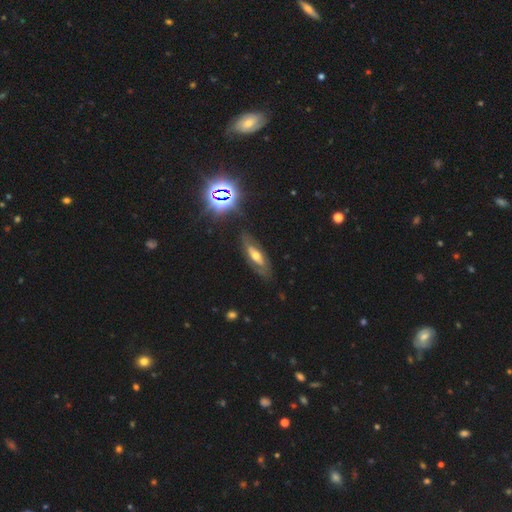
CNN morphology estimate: This is possibly a featured or disk galaxy (60%). It is likely not viewed edge-on (67%). Merging: likely none (75%).